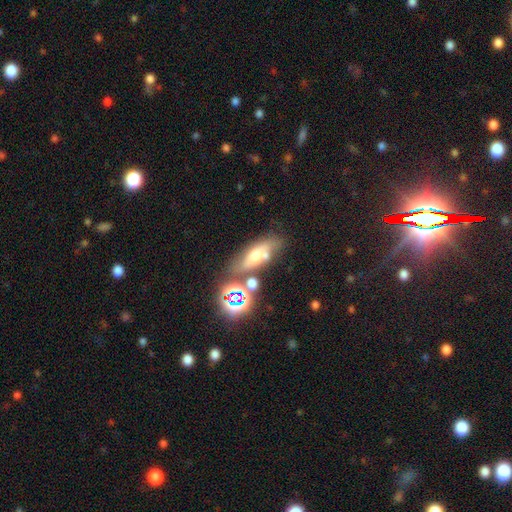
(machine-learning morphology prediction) smooth 44%, featured or disk 33%, star or artifact 23%. Down the decision tree: merging — none (54%).